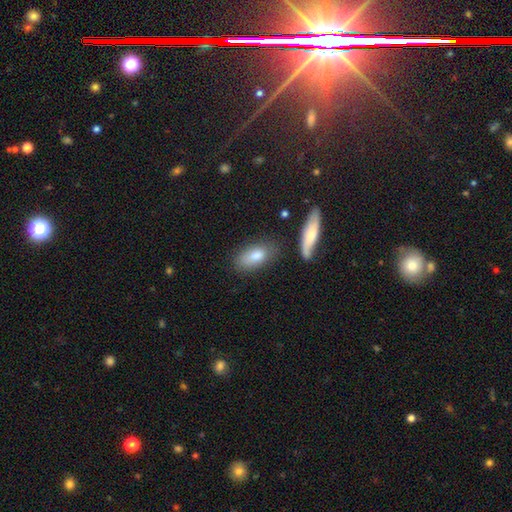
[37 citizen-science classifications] A smooth galaxy with no disk features (73%) that is in between round and cigar-shaped (81%).

Vote fractions:
- Smooth or featured? smooth: 73% / featured or disk: 22% / star or artifact: 5%
- How rounded? in between: 81% / cigar-shaped: 19% / round: 0%
- Merging? none: 80% / minor disturbance: 14% / major disturbance: 3% / merger: 3%